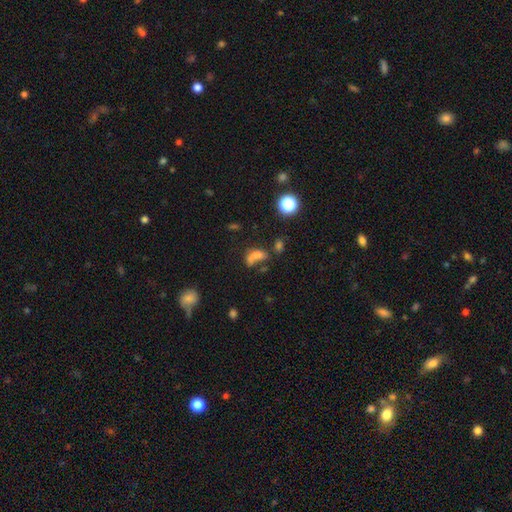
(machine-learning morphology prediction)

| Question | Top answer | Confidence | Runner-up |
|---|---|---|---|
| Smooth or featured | smooth | 62% | star or artifact (20%) |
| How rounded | in between | 70% | round (22%) |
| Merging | merger | 44% | none (26%) |